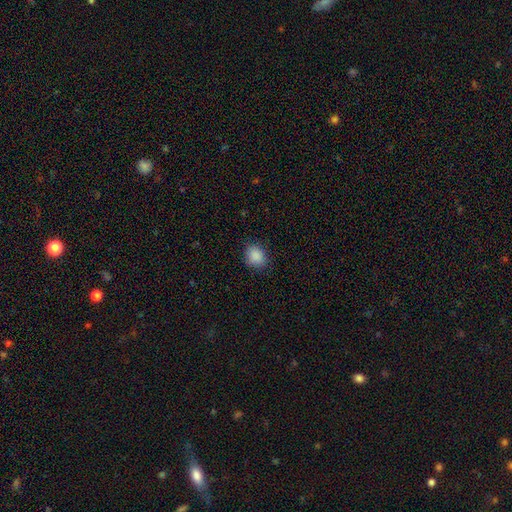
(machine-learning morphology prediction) smooth 88%, star or artifact 9%, featured or disk 3%. Down the decision tree: how rounded — in between (50%); merging — none (83%).